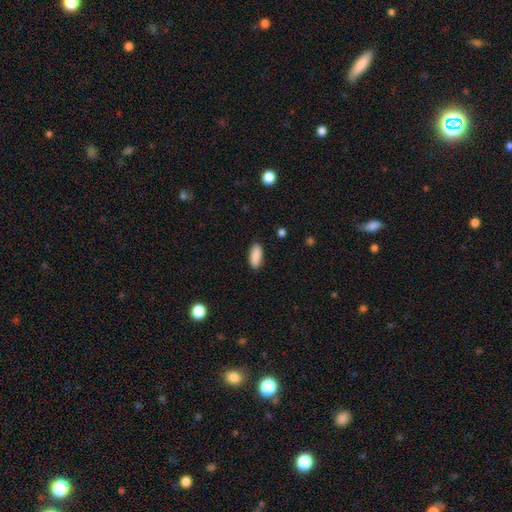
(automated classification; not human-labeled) smooth_or_featured: smooth (p=0.90) [alt: star or artifact p=0.06]
how_rounded: in between (p=0.83) [alt: cigar-shaped p=0.15]
merging: none (p=0.88) [alt: minor disturbance p=0.08]